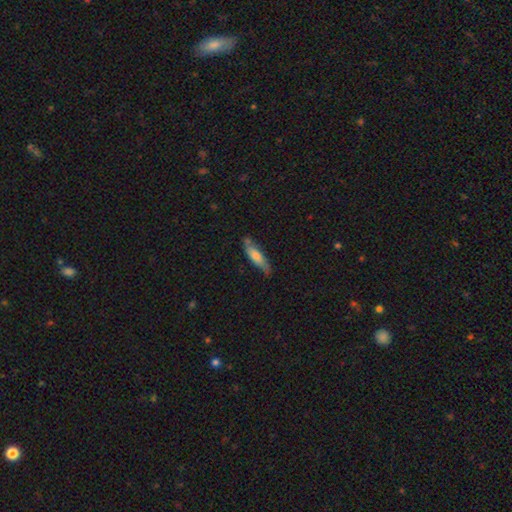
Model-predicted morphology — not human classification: smooth_or_featured: smooth (p=0.65) [alt: featured or disk p=0.30]
how_rounded: cigar-shaped (p=0.71) [alt: in between p=0.27]
merging: none (p=0.69) [alt: minor disturbance p=0.22]